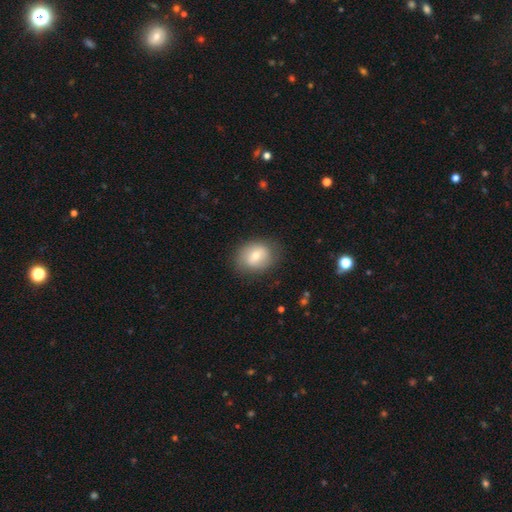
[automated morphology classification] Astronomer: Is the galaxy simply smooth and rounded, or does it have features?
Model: smooth — 68%.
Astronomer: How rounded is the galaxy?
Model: round — 50% (runner-up: in between, 49%).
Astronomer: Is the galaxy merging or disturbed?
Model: none — 80%.